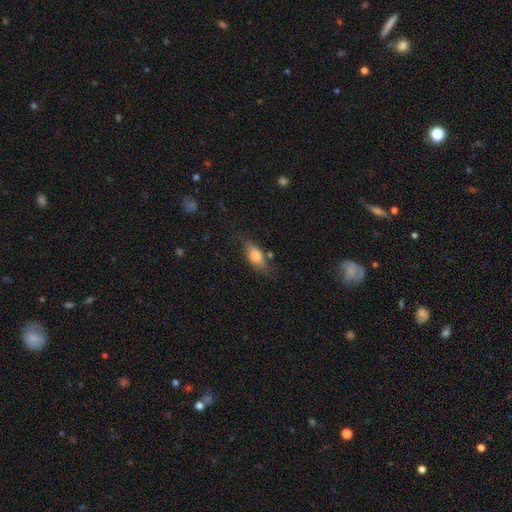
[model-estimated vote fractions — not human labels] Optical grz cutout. It shows a smooth galaxy with no disk features (63%) that is in between round and cigar-shaped (73%). Merging: none (68%).